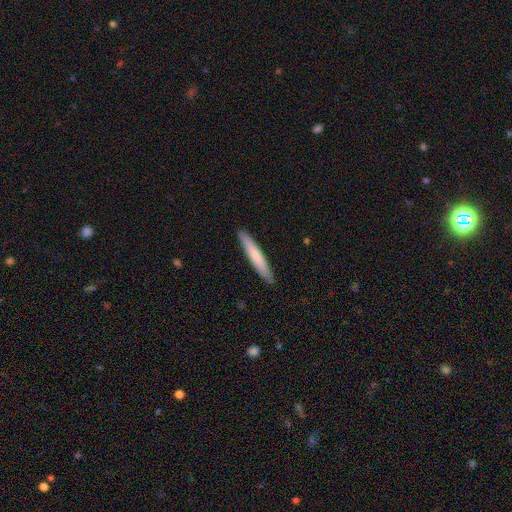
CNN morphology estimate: smooth 71%, featured or disk 24%, star or artifact 5%. Down the decision tree: how rounded — cigar-shaped (94%); merging — none (91%).